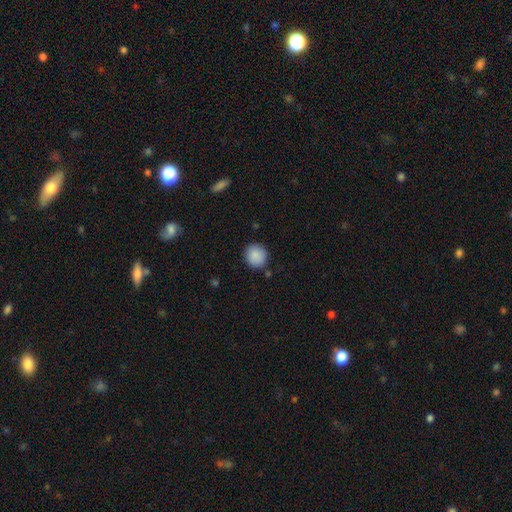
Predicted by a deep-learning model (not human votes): smooth-or-featured: smooth: 88% | star or artifact: 8% | featured or disk: 4%
  how-rounded: round: 89% | in between: 10% | cigar-shaped: 1%
  merging: none: 87% | minor disturbance: 9% | major disturbance: 2% | merger: 2%